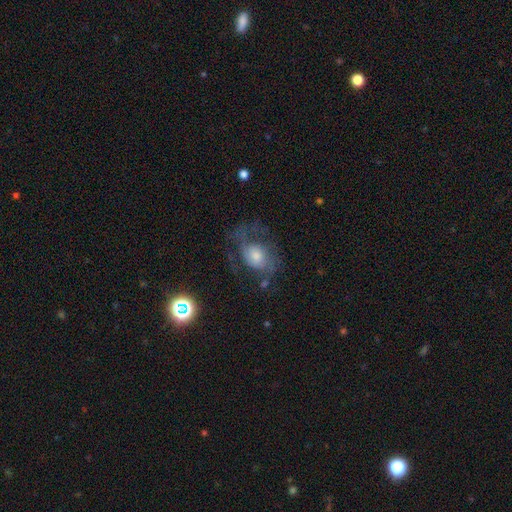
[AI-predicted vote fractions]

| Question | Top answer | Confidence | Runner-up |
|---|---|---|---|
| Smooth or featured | featured or disk | 58% | smooth (31%) |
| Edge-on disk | no | 96% | yes (4%) |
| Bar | no | 76% | weak (20%) |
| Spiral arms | yes | 73% | no (27%) |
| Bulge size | moderate | 48% | small (29%) |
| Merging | none | 44% | major disturbance (34%) |